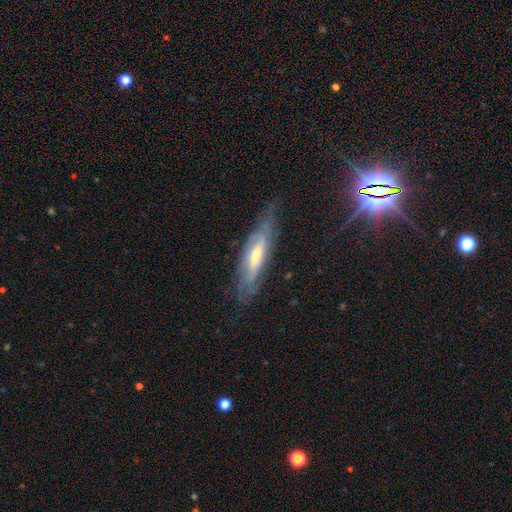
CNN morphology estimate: Overall: featured or disk (63%; smooth 30%). Edge-on disk: no (53%; yes 47%). Merging: none (61%; minor disturbance 26%).